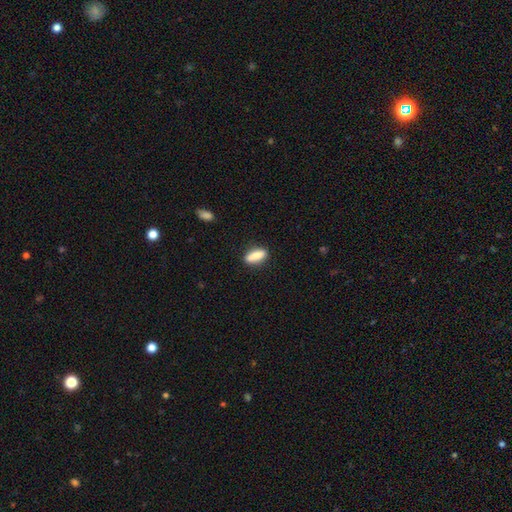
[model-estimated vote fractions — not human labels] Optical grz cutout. It shows a smooth galaxy with no disk features (84%) that is in between round and cigar-shaped (53%). Merging: none (86%).